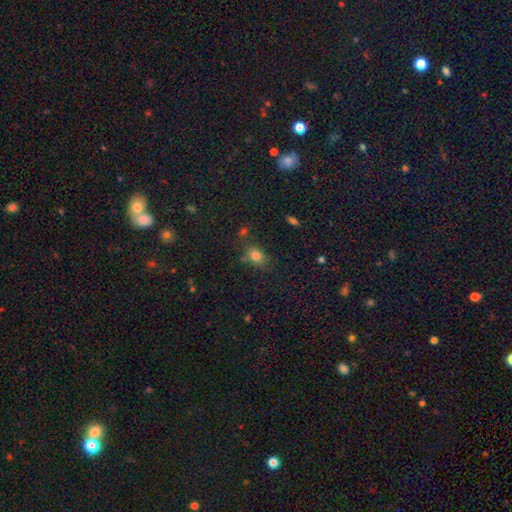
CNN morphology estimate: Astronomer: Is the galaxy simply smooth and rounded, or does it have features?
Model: smooth — 78%.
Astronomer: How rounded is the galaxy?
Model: in between — 57% (runner-up: round, 41%).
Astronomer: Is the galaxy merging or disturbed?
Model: none — 71%.